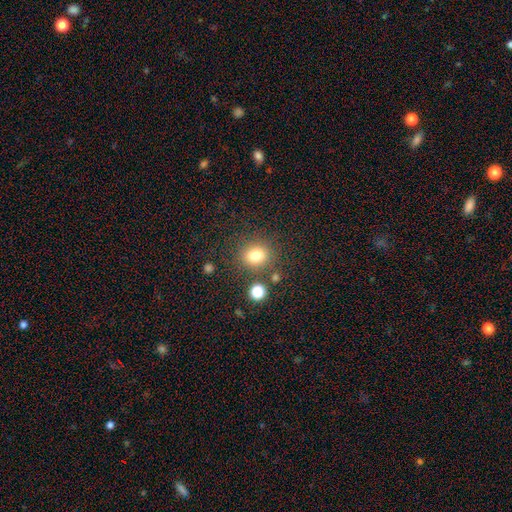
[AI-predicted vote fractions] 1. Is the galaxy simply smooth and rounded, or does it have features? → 79% smooth, 14% star or artifact, 8% featured or disk.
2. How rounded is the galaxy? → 75% round, 24% in between, 1% cigar-shaped.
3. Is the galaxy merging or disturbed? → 79% none, 10% minor disturbance, 6% merger, 4% major disturbance.